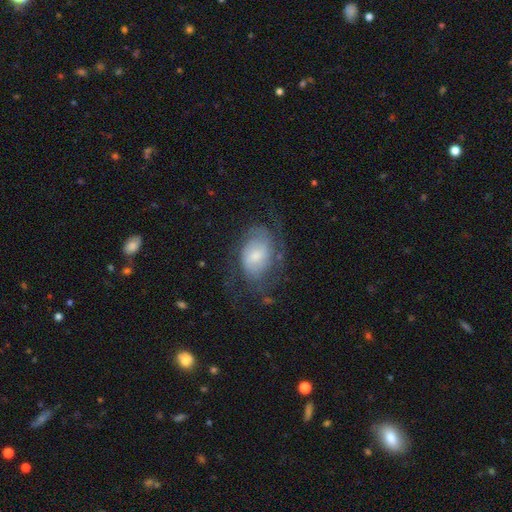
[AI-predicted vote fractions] The model was most divided on "bulge size" (2-way tie): moderate: 41%, small: 41%, large: 10%, none: 5%, dominant: 2%. Remaining: edge-on disk — no (97%); spiral arms — yes (84%); smooth or featured — featured or disk (65%); merging — none (54%); bar — no (53%); spiral winding — medium (42%); spiral arm count — 2 (42%).